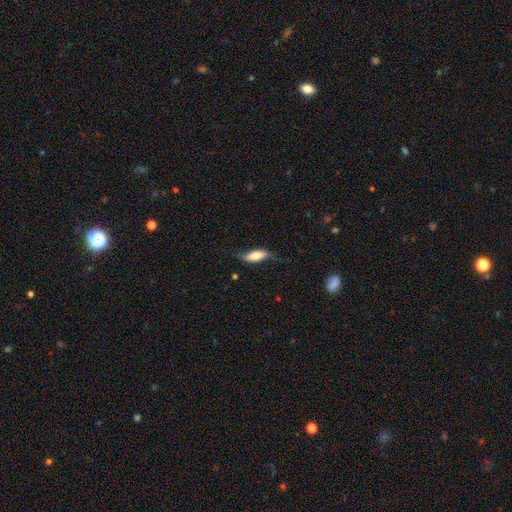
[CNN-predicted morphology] smooth_or_featured: smooth (p=0.56) [alt: featured or disk p=0.37]
how_rounded: in between (p=0.65) [alt: cigar-shaped p=0.32]
merging: none (p=0.55) [alt: minor disturbance p=0.29]